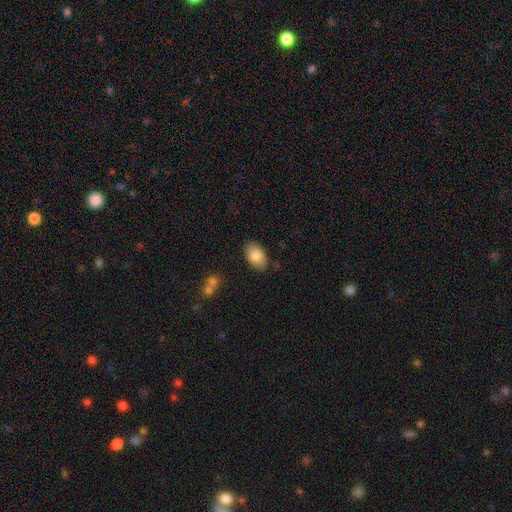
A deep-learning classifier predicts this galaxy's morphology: Smooth or featured: smooth — 84% (featured or disk — 9%)
How rounded: in between — 91% (round — 8%)
Merging: none — 83% (minor disturbance — 13%)